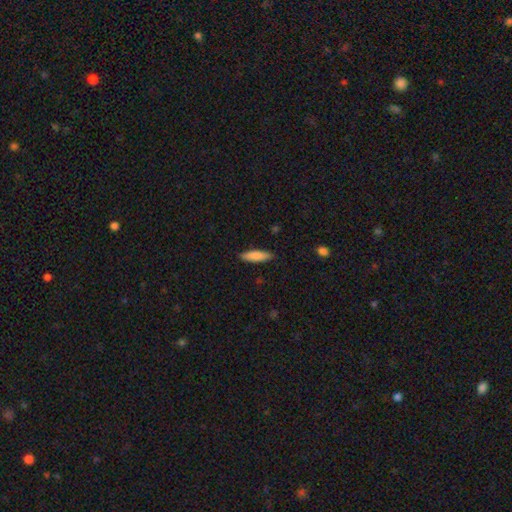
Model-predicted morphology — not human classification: Smooth or featured?
  - smooth: 84% *
  - featured or disk: 10%
  - star or artifact: 6%
How rounded?
  - cigar-shaped: 63% *
  - in between: 35%
  - round: 1%
Merging?
  - none: 89% *
  - minor disturbance: 9%
  - major disturbance: 2%
  - merger: 1%